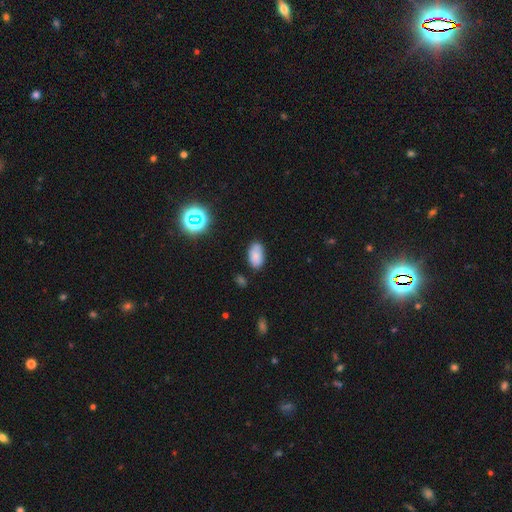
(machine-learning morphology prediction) Smooth or featured? Predicted: smooth (p=0.76). How rounded? Predicted: in between (p=0.93). Merging? Predicted: none (p=0.78).